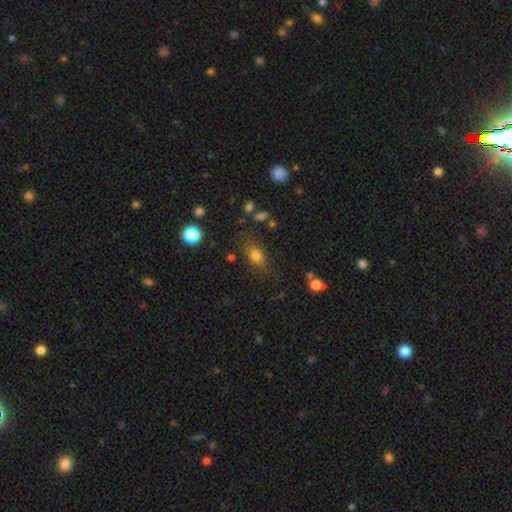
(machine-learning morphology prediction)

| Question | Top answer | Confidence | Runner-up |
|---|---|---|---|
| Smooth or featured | smooth | 77% | star or artifact (13%) |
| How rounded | in between | 68% | round (27%) |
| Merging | none | 72% | minor disturbance (17%) |